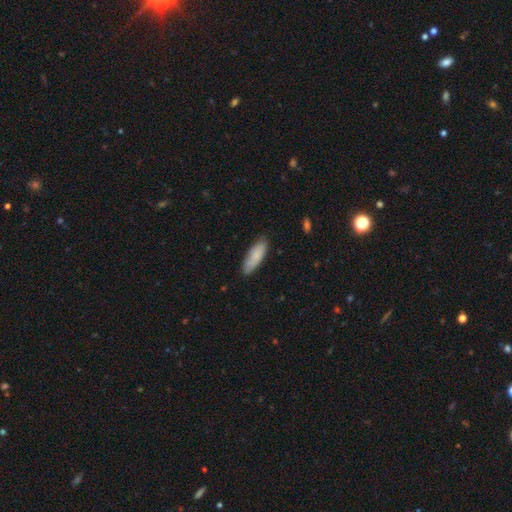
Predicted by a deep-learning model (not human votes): smooth_or_featured: smooth (p=0.83) [alt: featured or disk p=0.12]
how_rounded: in between (p=0.55) [alt: cigar-shaped p=0.43]
merging: none (p=0.81) [alt: minor disturbance p=0.15]